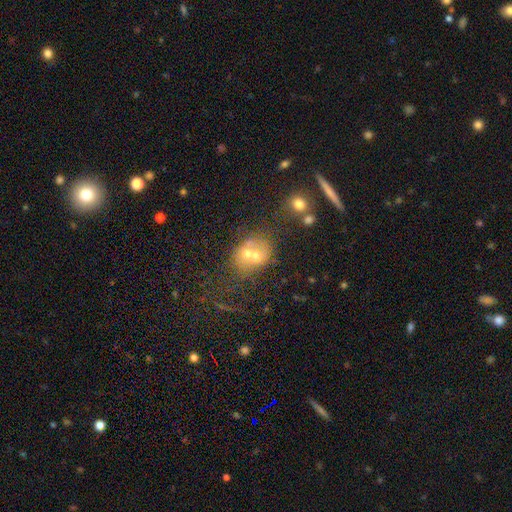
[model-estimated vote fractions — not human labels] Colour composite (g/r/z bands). It shows a smooth galaxy with no disk features (52%) that is round (59%). Merging: merger (62%).